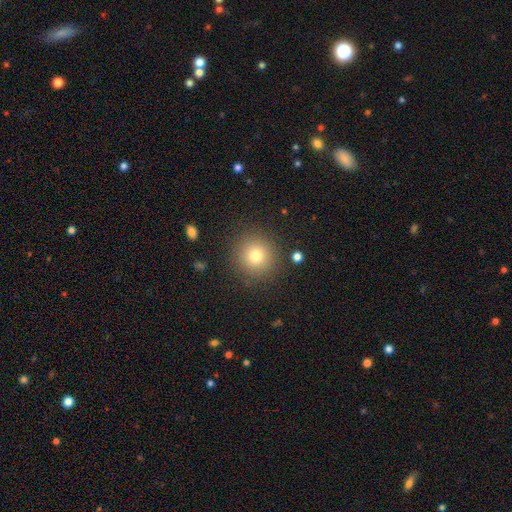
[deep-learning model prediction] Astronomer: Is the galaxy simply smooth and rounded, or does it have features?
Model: smooth — 76%.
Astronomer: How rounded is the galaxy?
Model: round — 94%.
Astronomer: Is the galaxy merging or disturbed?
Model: none — 88%.